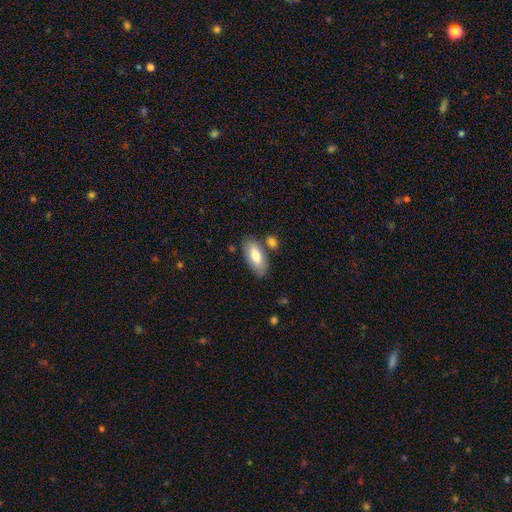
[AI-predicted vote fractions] Q: Smooth or featured?
A: smooth (77%); runner-up: featured or disk (17%)
Q: How rounded?
A: in between (87%); runner-up: cigar-shaped (11%)
Q: Merging?
A: none (73%); runner-up: minor disturbance (14%)